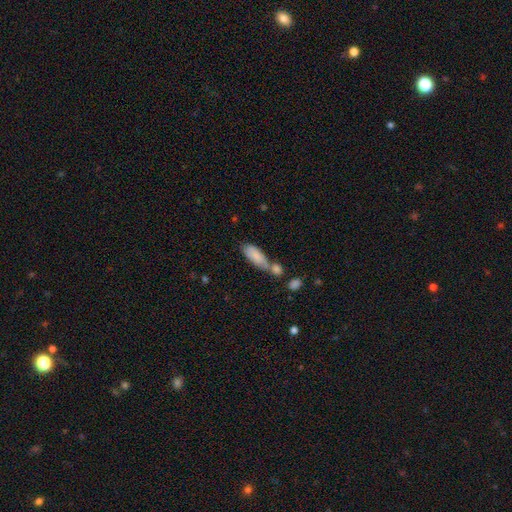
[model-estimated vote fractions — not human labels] The model was most divided on "merging": merger: 43%, none: 35%, minor disturbance: 15%, major disturbance: 6%. More confident: smooth or featured — smooth (81%); how rounded — in between (70%).